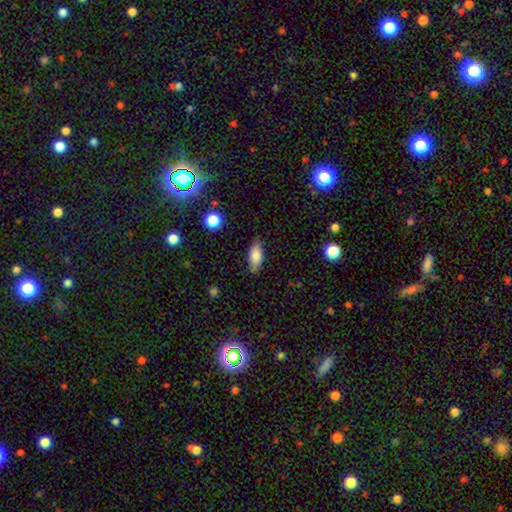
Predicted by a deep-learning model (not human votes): Smooth or featured? smooth (82%)
How rounded? in between (86%)
Merging? none (85%)